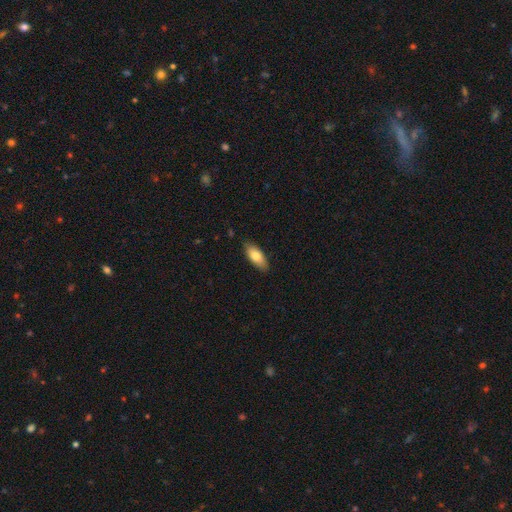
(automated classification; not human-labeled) This appears to be a smooth galaxy with no disk features (77%) that is in between round and cigar-shaped (83%). Merging: none (85%).